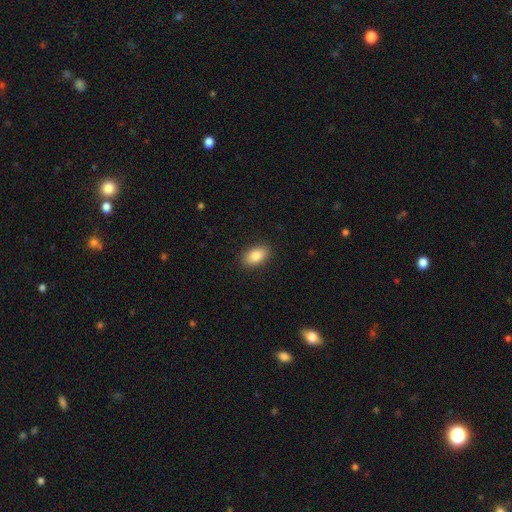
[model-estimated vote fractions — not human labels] A smooth galaxy with no disk features (85%) that is in between round and cigar-shaped (91%).

Vote fractions:
- Smooth or featured? smooth: 85% / featured or disk: 8% / star or artifact: 7%
- How rounded? in between: 91% / round: 7% / cigar-shaped: 2%
- Merging? none: 89% / minor disturbance: 8% / major disturbance: 2% / merger: 1%